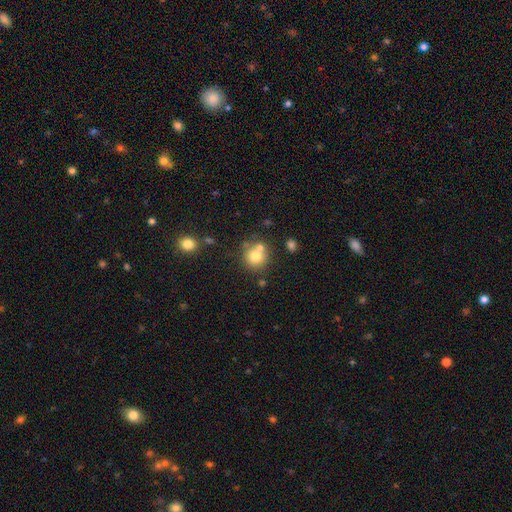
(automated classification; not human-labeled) This appears to be a smooth galaxy with no disk features (75%) that is round (89%). Merging: none (59%).